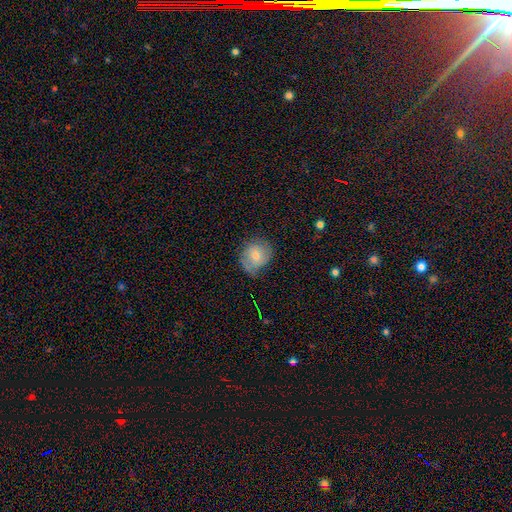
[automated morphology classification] smooth_or_featured: smooth (p=0.63) [alt: featured or disk p=0.29]
how_rounded: round (p=0.73) [alt: in between p=0.26]
merging: none (p=0.58) [alt: minor disturbance p=0.31]